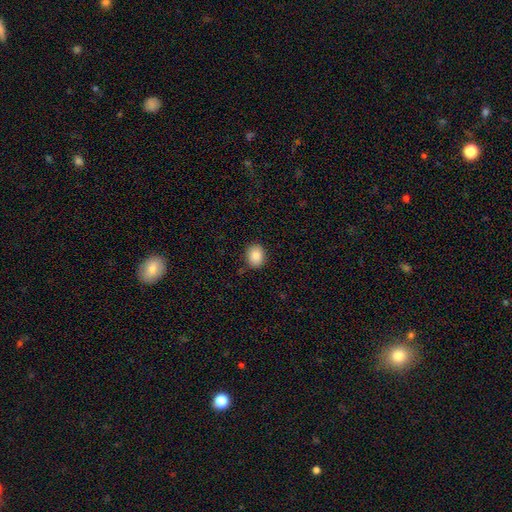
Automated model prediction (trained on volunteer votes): Overall: smooth (87%). How rounded: round (65%; in between 34%). Merging: none (88%).